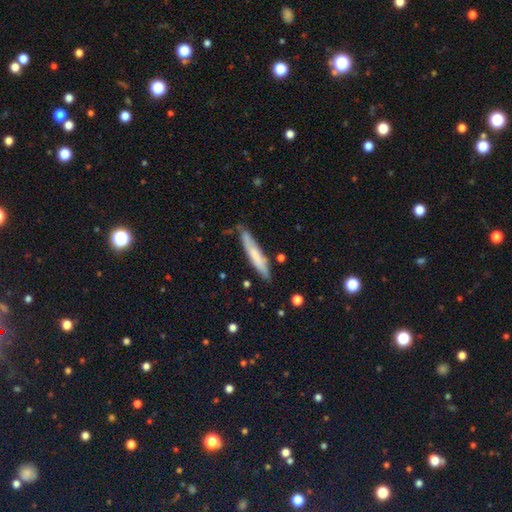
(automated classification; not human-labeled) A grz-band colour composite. It shows a smooth galaxy with no disk features (65%) that is cigar-shaped (92%). Merging: none (78%).